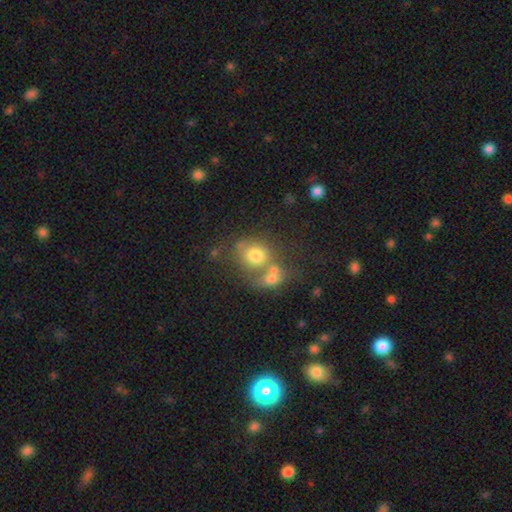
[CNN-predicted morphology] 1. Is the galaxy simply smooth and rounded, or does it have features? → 69% smooth, 19% featured or disk, 13% star or artifact.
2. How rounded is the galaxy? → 69% round, 30% in between, 1% cigar-shaped.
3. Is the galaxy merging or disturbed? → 43% merger, 36% none, 13% minor disturbance, 9% major disturbance.